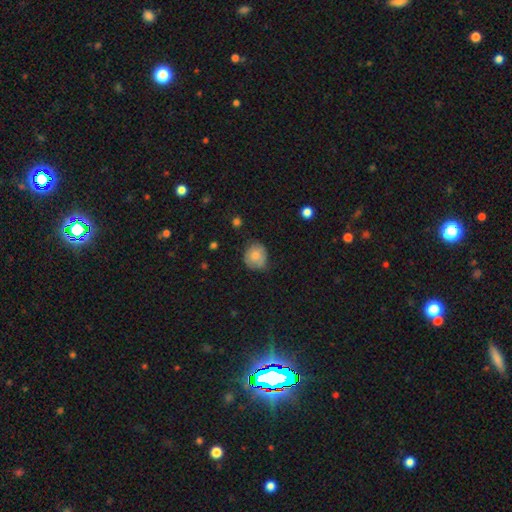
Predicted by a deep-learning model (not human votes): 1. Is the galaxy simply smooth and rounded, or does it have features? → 77% smooth, 15% featured or disk, 9% star or artifact.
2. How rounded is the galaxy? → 76% round, 23% in between, 1% cigar-shaped.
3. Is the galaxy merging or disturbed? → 62% none, 30% minor disturbance, 6% major disturbance, 2% merger.